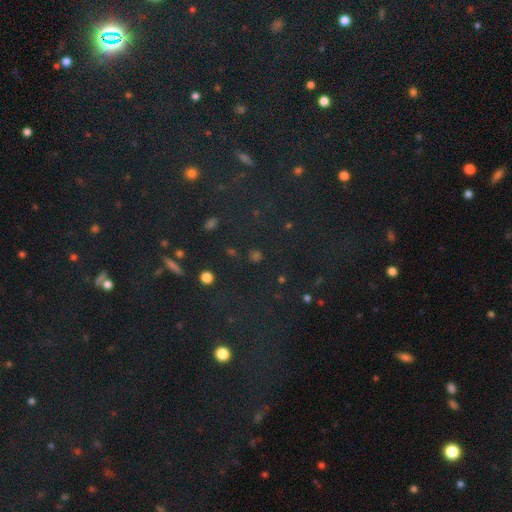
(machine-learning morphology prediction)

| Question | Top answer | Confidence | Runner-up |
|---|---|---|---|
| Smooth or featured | star or artifact | 57% | smooth (33%) |